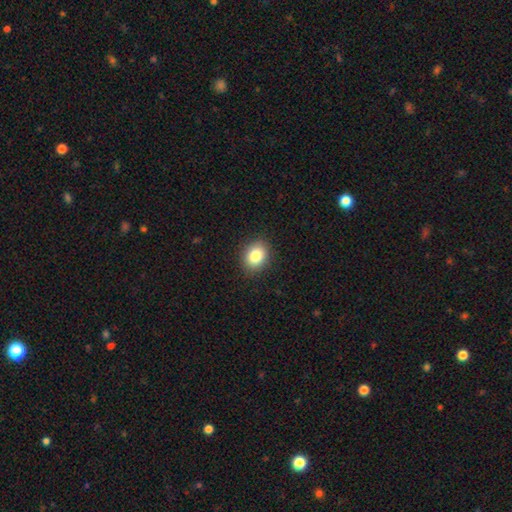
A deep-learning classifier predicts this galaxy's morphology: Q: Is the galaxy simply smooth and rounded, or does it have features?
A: smooth — 83%.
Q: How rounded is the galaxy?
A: round — 50%.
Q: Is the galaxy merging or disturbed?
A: none — 89%.